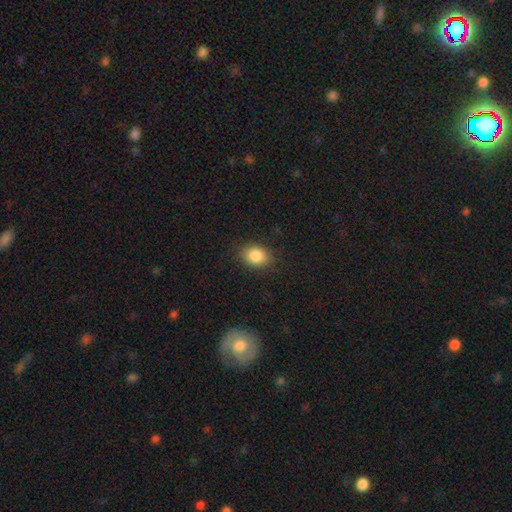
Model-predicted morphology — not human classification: Smooth or featured?
  - smooth: 86% *
  - star or artifact: 9%
  - featured or disk: 5%
How rounded?
  - in between: 62% *
  - round: 37%
  - cigar-shaped: 1%
Merging?
  - none: 84% *
  - minor disturbance: 11%
  - major disturbance: 3%
  - merger: 1%